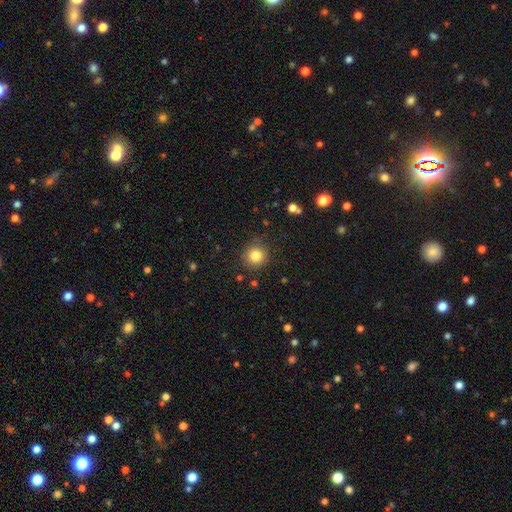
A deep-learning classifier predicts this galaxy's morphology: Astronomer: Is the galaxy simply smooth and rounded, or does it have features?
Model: smooth — 82%.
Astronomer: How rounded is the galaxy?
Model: round — 90%.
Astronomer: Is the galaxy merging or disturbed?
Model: none — 85%.